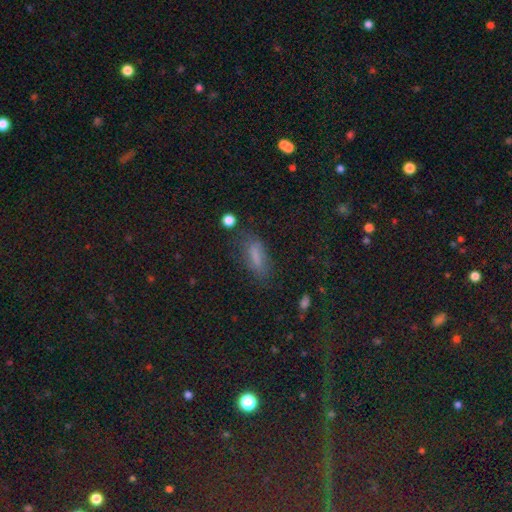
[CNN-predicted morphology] This is likely a smooth galaxy (70%). How rounded: likely in between (65%). Merging: likely none (68%).